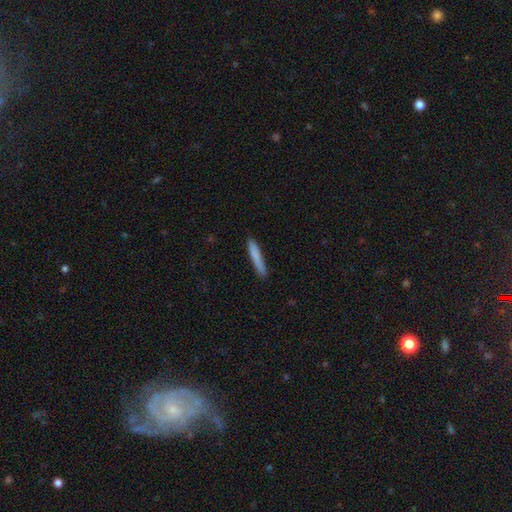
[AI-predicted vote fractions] Overall: smooth (79%). How rounded: cigar-shaped (95%). Merging: none (88%).